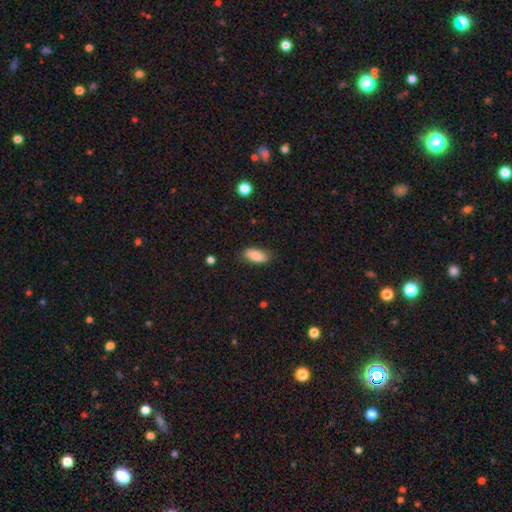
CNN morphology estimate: This is clearly a smooth galaxy (87%). How rounded: clearly in between (89%). Merging: likely none (80%).